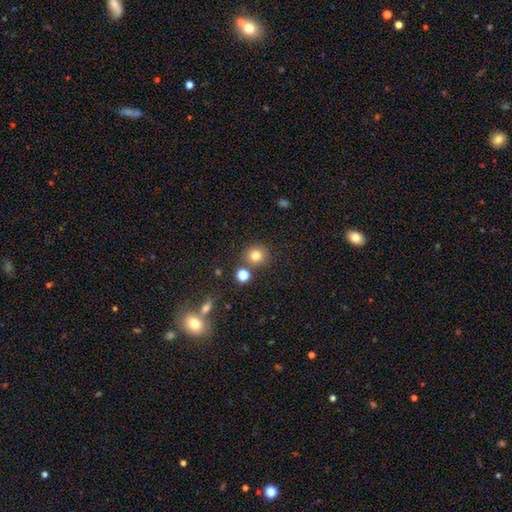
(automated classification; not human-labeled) smooth_or_featured: smooth (p=0.79) [alt: star or artifact p=0.14]
how_rounded: round (p=0.90) [alt: in between p=0.09]
merging: none (p=0.80) [alt: merger p=0.09]